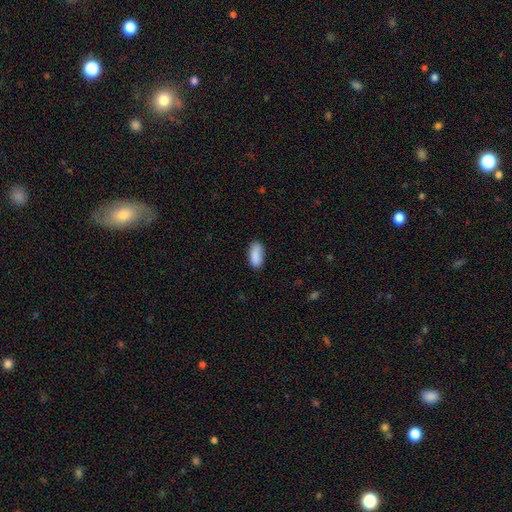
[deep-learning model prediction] A smooth galaxy with no disk features (88%) that is in between round and cigar-shaped (88%).

Vote fractions:
- Smooth or featured? smooth: 88% / star or artifact: 7% / featured or disk: 5%
- How rounded? in between: 88% / cigar-shaped: 10% / round: 2%
- Merging? none: 79% / minor disturbance: 16% / major disturbance: 3% / merger: 2%